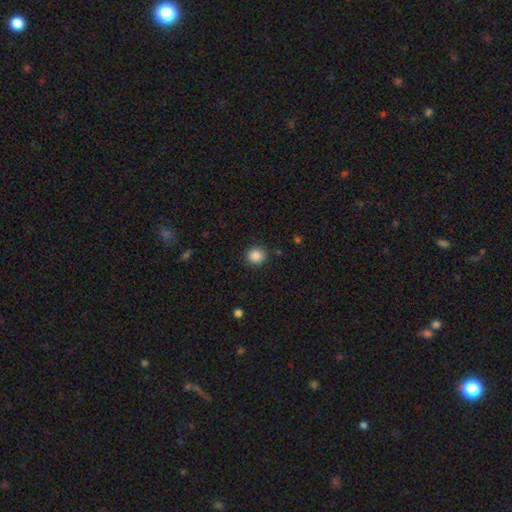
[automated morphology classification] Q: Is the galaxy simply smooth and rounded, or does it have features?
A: smooth — 87%.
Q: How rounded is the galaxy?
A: round — 90%.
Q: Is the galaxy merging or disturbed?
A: none — 90%.